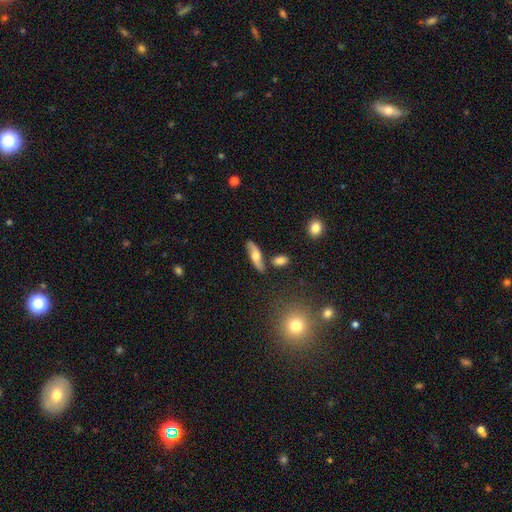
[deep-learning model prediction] Smooth or featured?
  - featured or disk: 54% *
  - smooth: 39%
  - star or artifact: 7%
Edge-on disk?
  - no: 62% *
  - yes: 38%
Merging?
  - none: 75% *
  - minor disturbance: 15%
  - merger: 6%
  - major disturbance: 4%